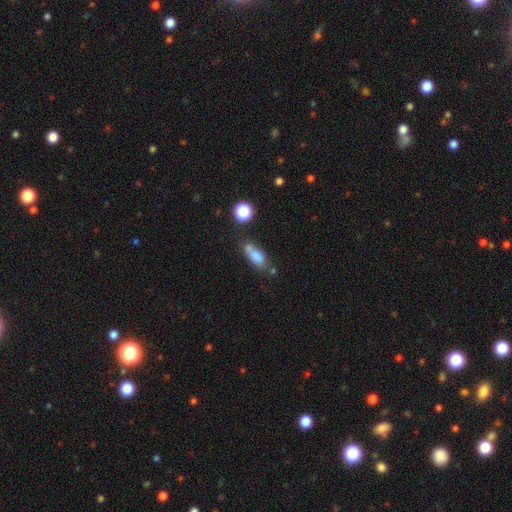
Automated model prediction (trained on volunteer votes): Smooth or featured: smooth — 75% (featured or disk — 14%)
How rounded: in between — 69% (cigar-shaped — 25%)
Merging: none — 46% (merger — 24%)